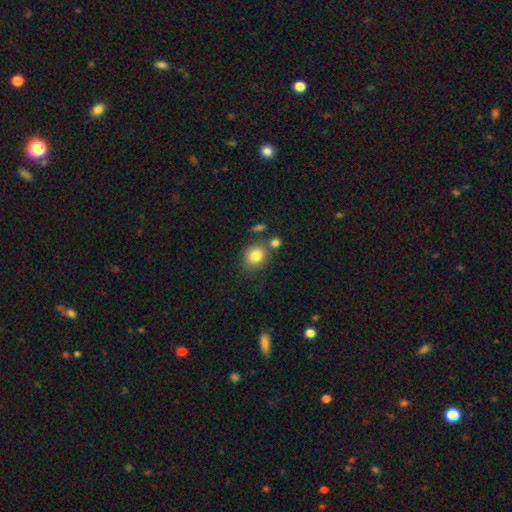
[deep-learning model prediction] smooth-or-featured: smooth: 82% | star or artifact: 10% | featured or disk: 8%
  how-rounded: round: 71% | in between: 28% | cigar-shaped: 1%
  merging: none: 68% | merger: 14% | minor disturbance: 14% | major disturbance: 4%